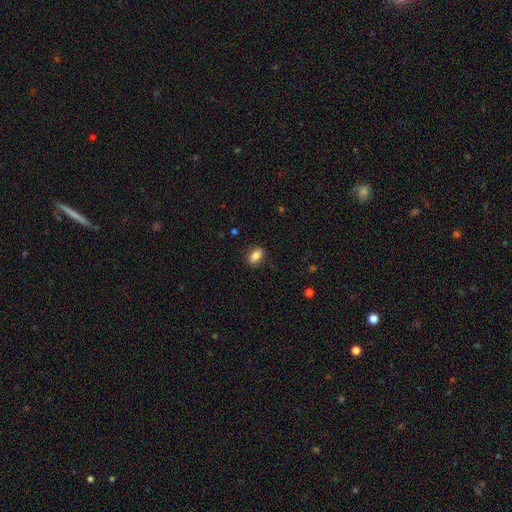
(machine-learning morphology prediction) Smooth or featured? smooth (82%)
How rounded? in between (85%)
Merging? none (84%)